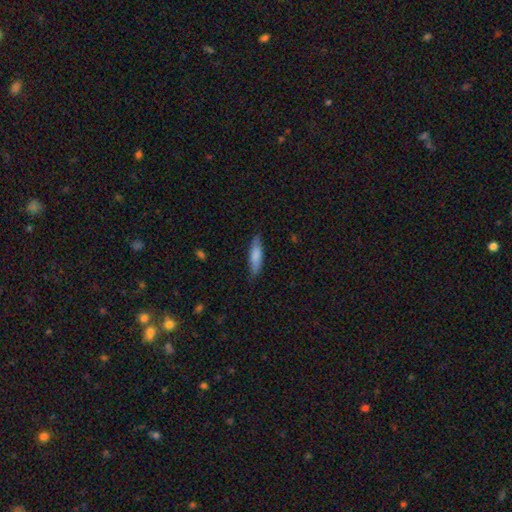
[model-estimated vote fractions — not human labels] smooth_or_featured: smooth (p=0.77) [alt: featured or disk p=0.17]
how_rounded: cigar-shaped (p=0.69) [alt: in between p=0.30]
merging: none (p=0.80) [alt: minor disturbance p=0.16]